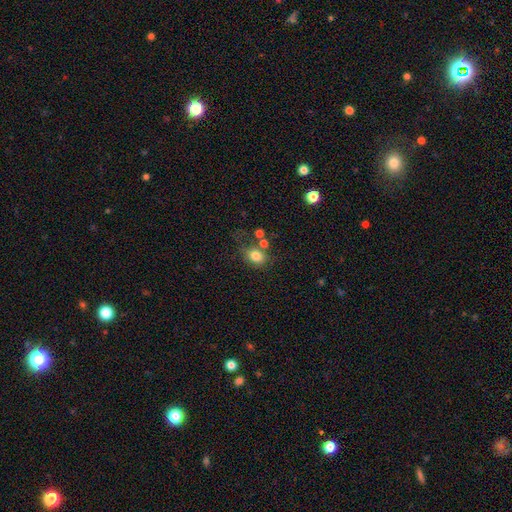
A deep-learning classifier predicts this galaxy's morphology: This is likely a smooth galaxy (80%). How rounded: possibly in between (53%). Merging: possibly none (56%).